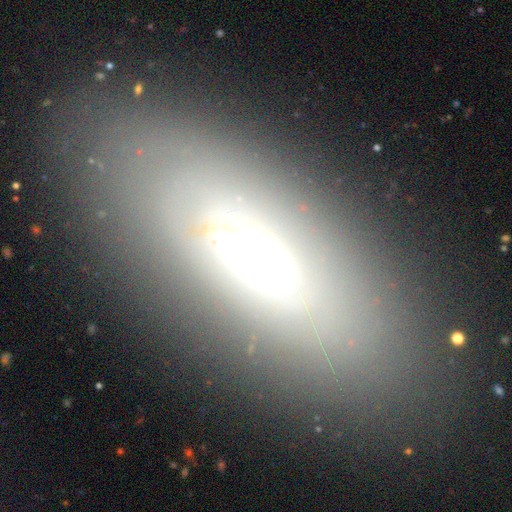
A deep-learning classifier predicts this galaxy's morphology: type=featured or disk (45%); merging=none (83%).